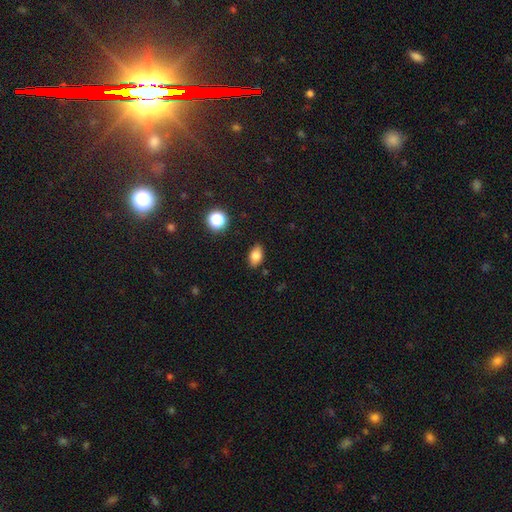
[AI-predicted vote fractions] smooth 82%, star or artifact 10%, featured or disk 8%. Down the decision tree: how rounded — in between (87%); merging — none (87%).